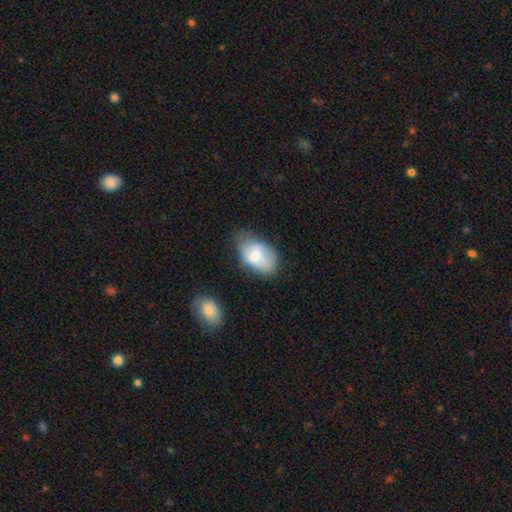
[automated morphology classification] Smooth or featured? Predicted: smooth (p=0.66). How rounded? Predicted: in between (p=0.90). Merging? Predicted: none (p=0.51).